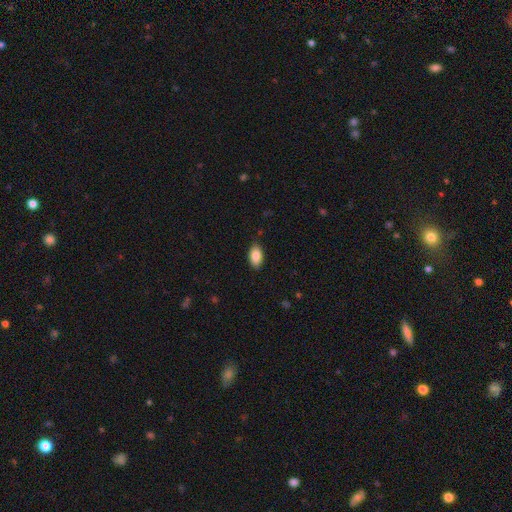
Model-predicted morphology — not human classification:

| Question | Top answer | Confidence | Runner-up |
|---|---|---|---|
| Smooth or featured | smooth | 85% | featured or disk (8%) |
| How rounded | in between | 93% | round (4%) |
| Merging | none | 87% | minor disturbance (10%) |